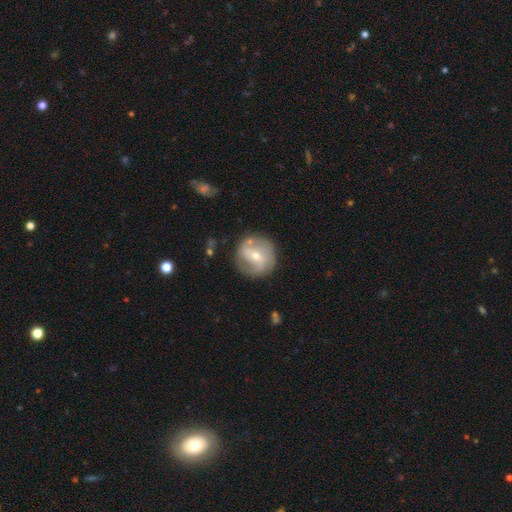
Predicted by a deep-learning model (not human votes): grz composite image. It shows a featured or disk galaxy (70%) with no bar (40%), 2 (62%) tight (40%, tied with medium) spiral arms (79%) and a small central bulge (50%). Merging: none (74%).